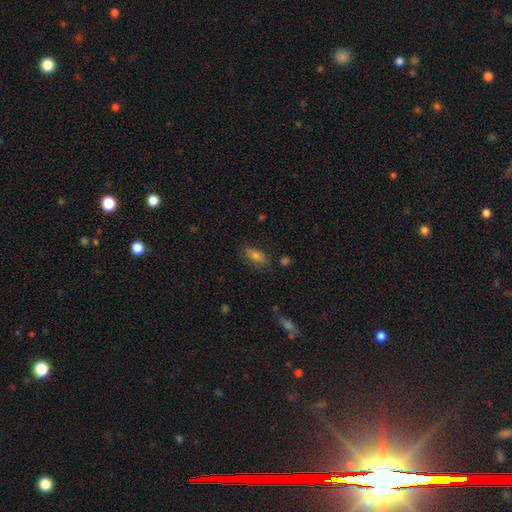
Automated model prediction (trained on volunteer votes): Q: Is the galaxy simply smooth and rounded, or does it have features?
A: smooth — 71%.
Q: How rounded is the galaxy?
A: in between — 81%.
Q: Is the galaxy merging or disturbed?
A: none — 80%.